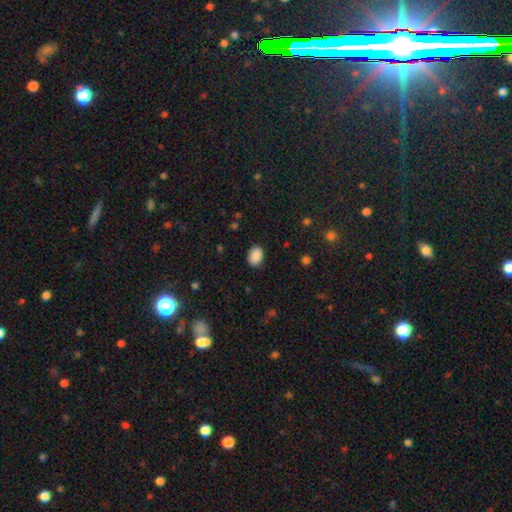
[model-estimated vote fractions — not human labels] This is clearly a smooth galaxy (89%). How rounded: likely in between (79%). Merging: clearly none (86%).